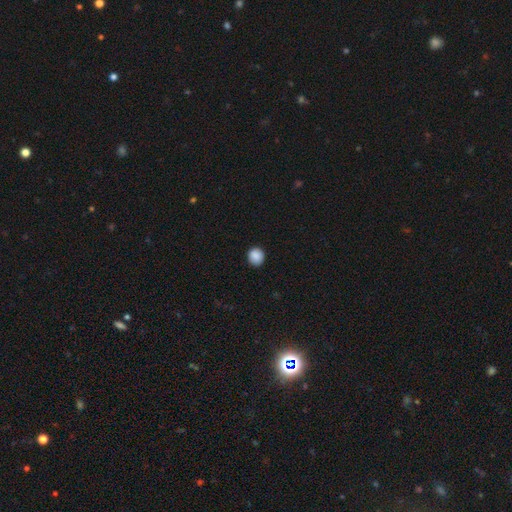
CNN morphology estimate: Smooth or featured? Predicted: smooth (p=0.89). How rounded? Predicted: round (p=0.86). Merging? Predicted: none (p=0.90).